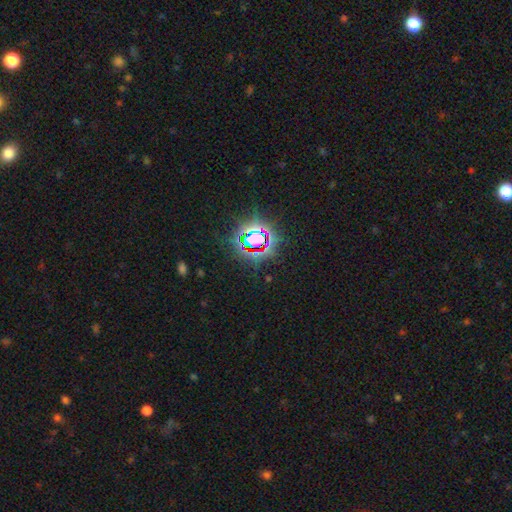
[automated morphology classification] Smooth or featured?
  - star or artifact: 78% *
  - smooth: 13%
  - featured or disk: 9%